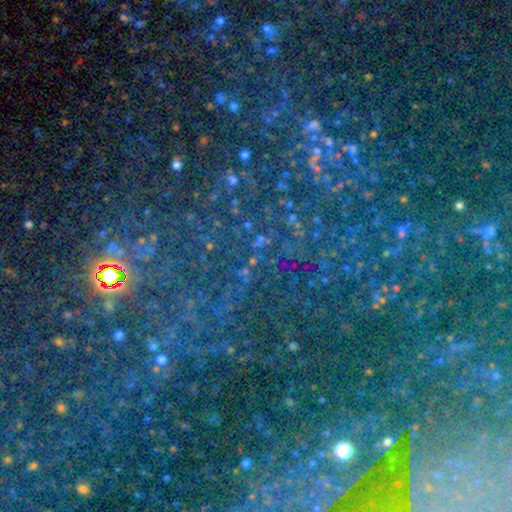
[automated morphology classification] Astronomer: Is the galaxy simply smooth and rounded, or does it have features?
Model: star or artifact — 83%.